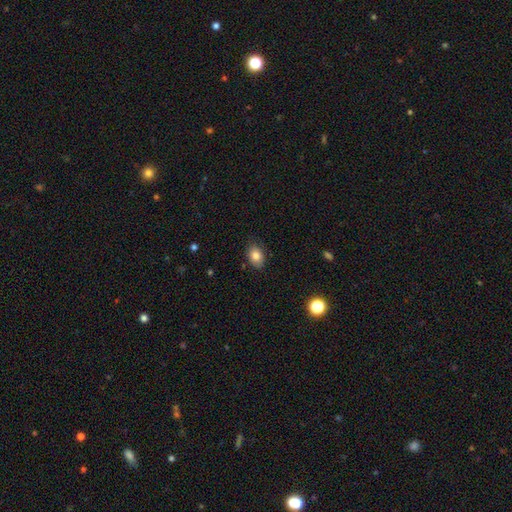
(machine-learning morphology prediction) smooth-or-featured: smooth: 84% | star or artifact: 8% | featured or disk: 8%
  how-rounded: in between: 80% | round: 19% | cigar-shaped: 1%
  merging: none: 82% | minor disturbance: 14% | major disturbance: 3% | merger: 1%